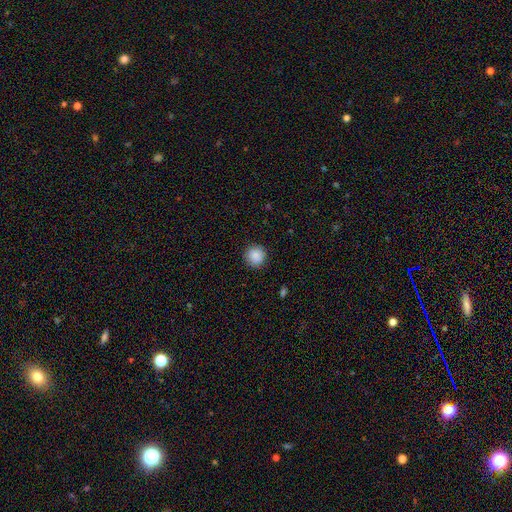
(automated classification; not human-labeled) Smooth or featured? Predicted: smooth (p=0.88). How rounded? Predicted: round (p=0.93). Merging? Predicted: none (p=0.90).